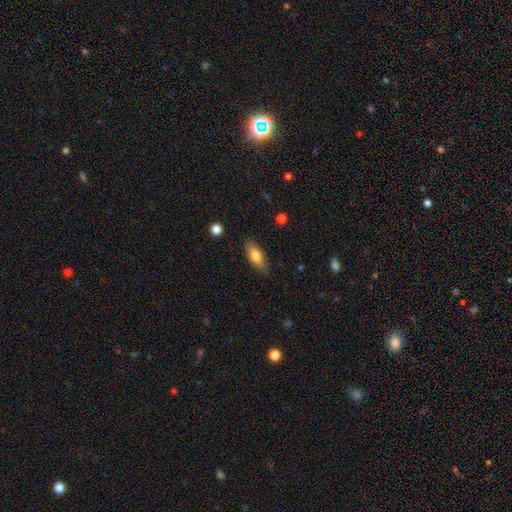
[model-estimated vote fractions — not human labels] smooth_or_featured: smooth (p=0.77) [alt: featured or disk p=0.16]
how_rounded: in between (p=0.74) [alt: cigar-shaped p=0.24]
merging: none (p=0.84) [alt: minor disturbance p=0.12]